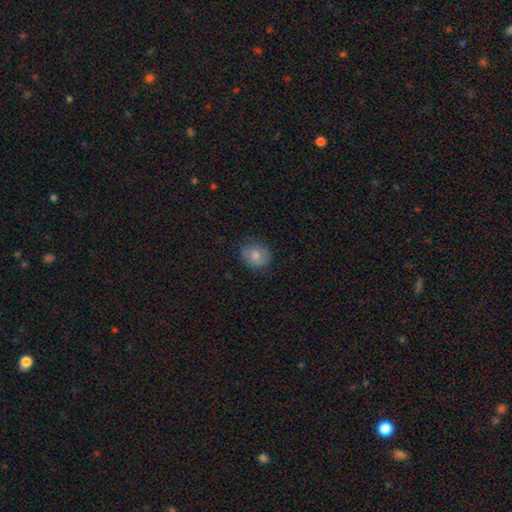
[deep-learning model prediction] A smooth galaxy with no disk features (76%) that is round (66%). Merging: none (76%).